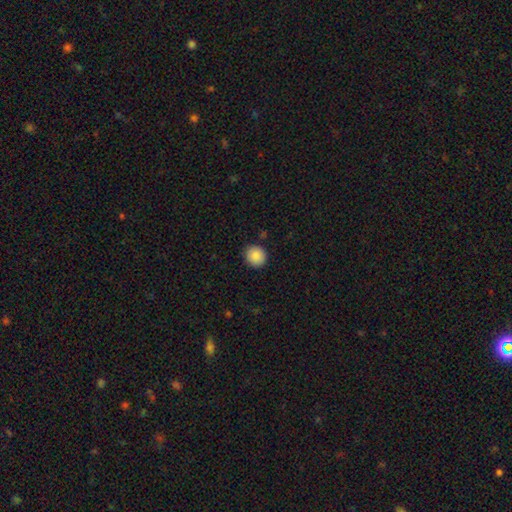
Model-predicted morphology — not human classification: This is clearly a smooth galaxy (89%). How rounded: clearly round (89%). Merging: clearly none (90%).